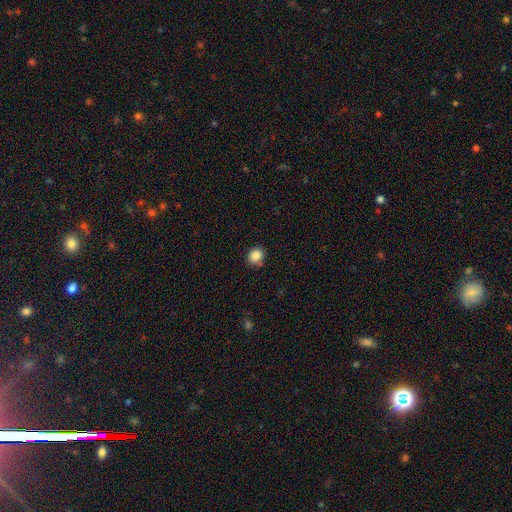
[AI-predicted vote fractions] smooth 87%, star or artifact 10%, featured or disk 3%. Down the decision tree: how rounded — round (80%); merging — none (82%).